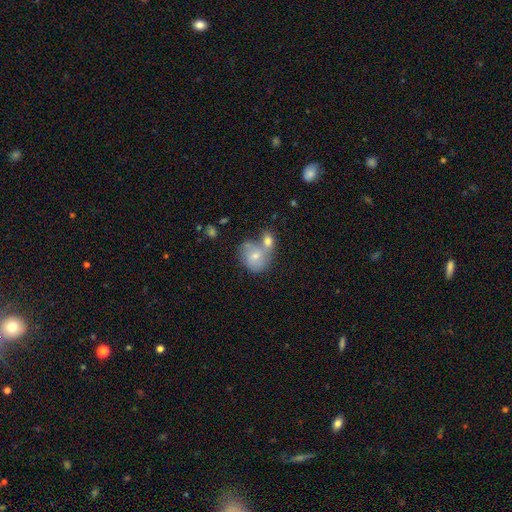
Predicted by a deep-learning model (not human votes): Morphology: type=smooth (64%); roundness=round (62%); merging=merger (57%).